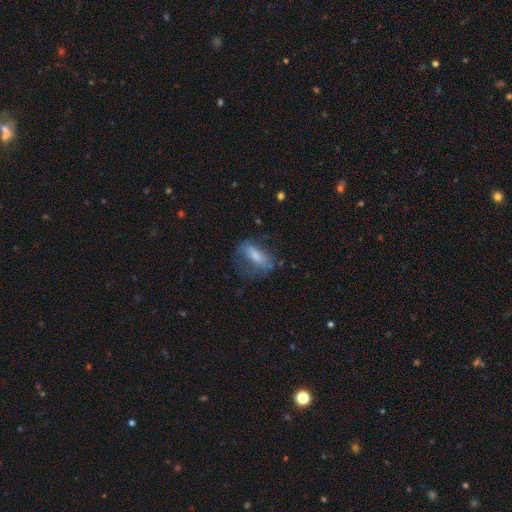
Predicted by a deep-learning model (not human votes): This is likely a smooth galaxy (63%). How rounded: likely in between (69%). Merging: marginally none (38%).